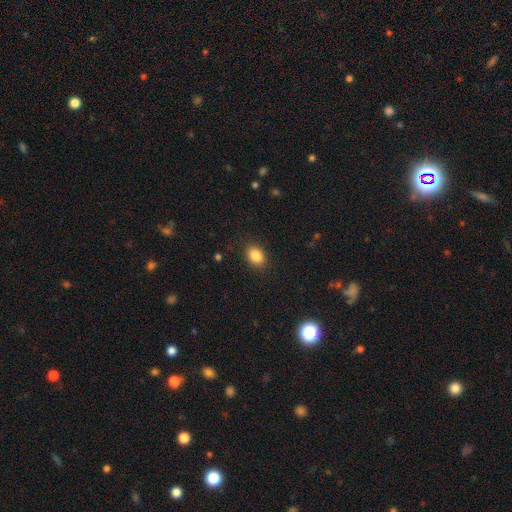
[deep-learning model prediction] This is clearly a smooth galaxy (85%). How rounded: likely in between (68%). Merging: clearly none (88%).